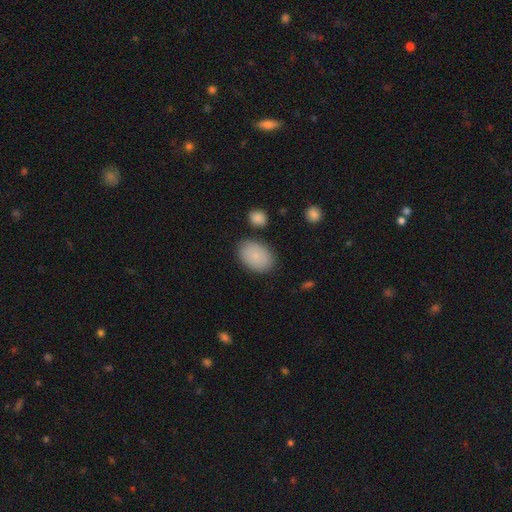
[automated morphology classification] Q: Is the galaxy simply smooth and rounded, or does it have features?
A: smooth — 85%.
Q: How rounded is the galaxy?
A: in between — 88%.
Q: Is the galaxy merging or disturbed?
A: none — 81%.